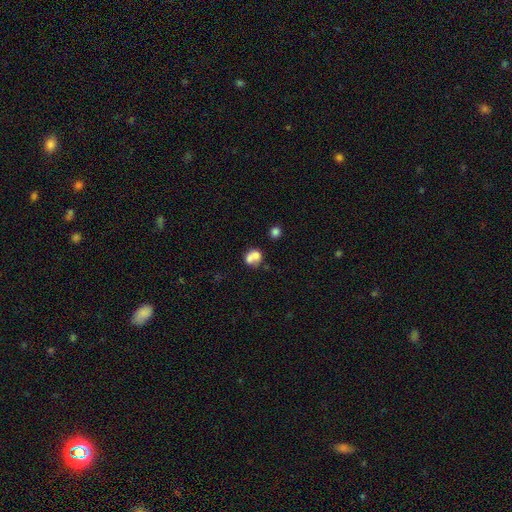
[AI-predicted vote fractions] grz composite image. It shows a smooth galaxy with no disk features (69%) that is round (57%). Merging: merger (56%).